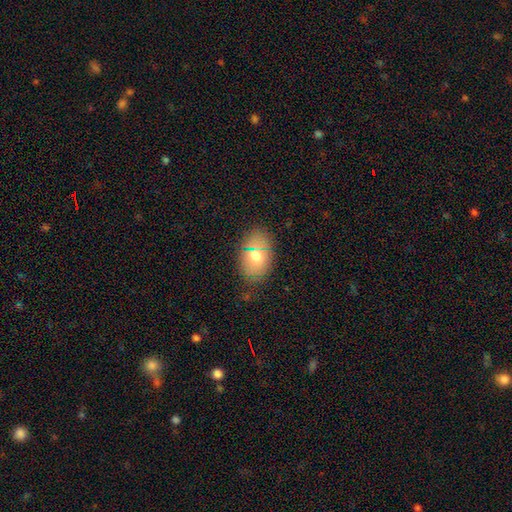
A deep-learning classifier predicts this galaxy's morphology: Smooth or featured?
  - smooth: 72% *
  - featured or disk: 18%
  - star or artifact: 10%
How rounded?
  - in between: 83% *
  - round: 15%
  - cigar-shaped: 1%
Merging?
  - none: 80% *
  - minor disturbance: 14%
  - major disturbance: 4%
  - merger: 2%